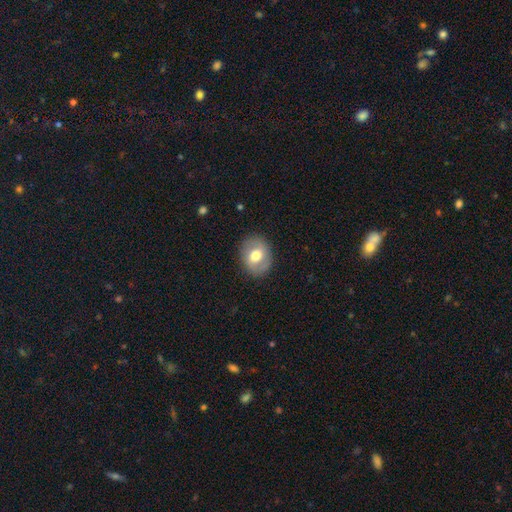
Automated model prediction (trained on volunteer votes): A smooth galaxy with no disk features (60%) that is round (52%). Merging: none (85%).